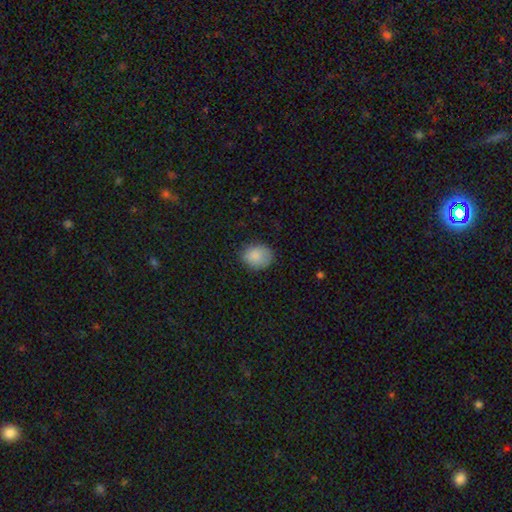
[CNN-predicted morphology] smooth 86%, star or artifact 8%, featured or disk 6%. Down the decision tree: how rounded — round (52%); merging — none (75%).